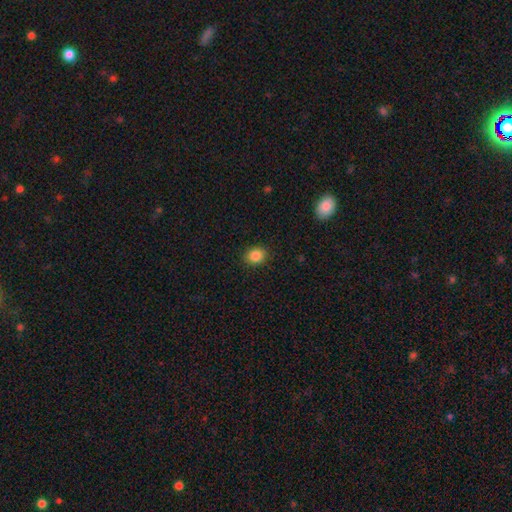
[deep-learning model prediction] smooth 86%, star or artifact 10%, featured or disk 5%. Down the decision tree: how rounded — round (55%); merging — none (89%).